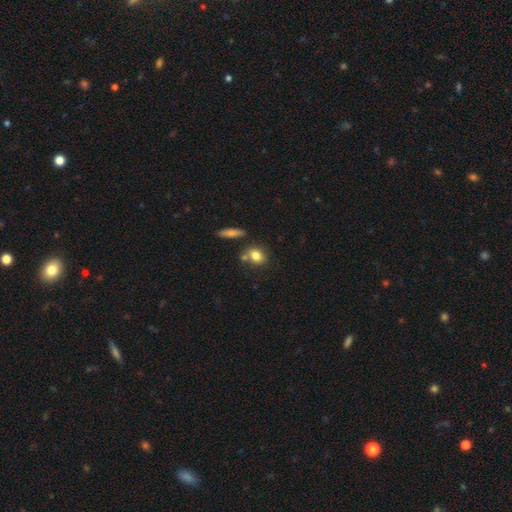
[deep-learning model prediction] smooth_or_featured: smooth (p=0.81) [alt: featured or disk p=0.10]
how_rounded: in between (p=0.61) [alt: round p=0.35]
merging: none (p=0.64) [alt: merger p=0.19]